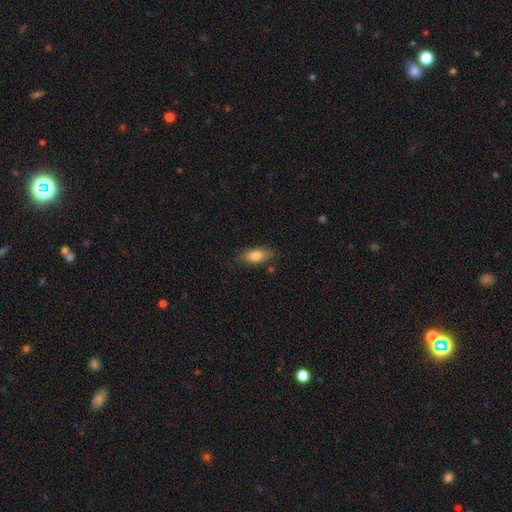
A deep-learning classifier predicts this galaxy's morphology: Smooth or featured? smooth (79%)
How rounded? in between (81%)
Merging? none (80%)